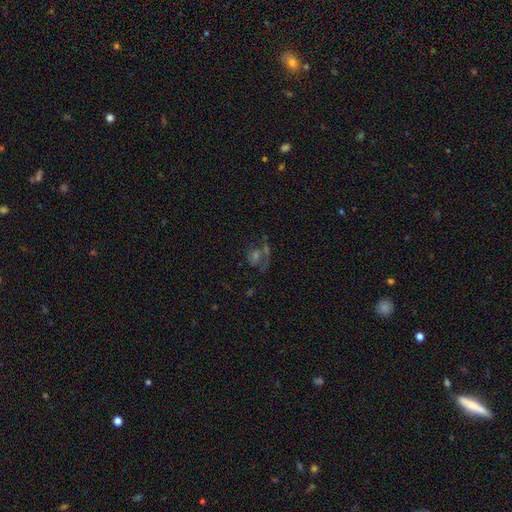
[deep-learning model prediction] Smooth or featured?
  - featured or disk: 43% *
  - star or artifact: 31%
  - smooth: 26%
Merging?
  - none: 42% *
  - major disturbance: 28%
  - minor disturbance: 15%
  - merger: 15%